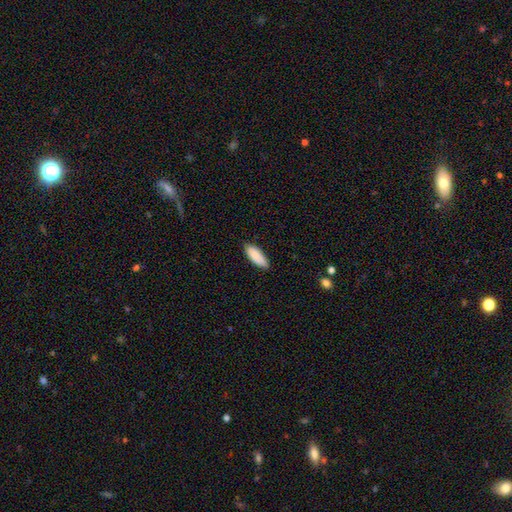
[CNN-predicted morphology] Smooth or featured?
  - smooth: 88% *
  - featured or disk: 6%
  - star or artifact: 6%
How rounded?
  - in between: 73% *
  - cigar-shaped: 26%
  - round: 2%
Merging?
  - none: 84% *
  - minor disturbance: 13%
  - major disturbance: 2%
  - merger: 1%